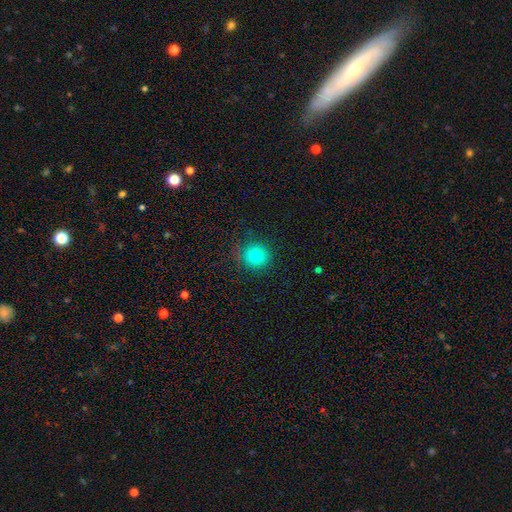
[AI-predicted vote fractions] The model was most divided on "smooth or featured": smooth: 79%, star or artifact: 14%, featured or disk: 8%. More confident: how rounded — round (93%); merging — none (83%).